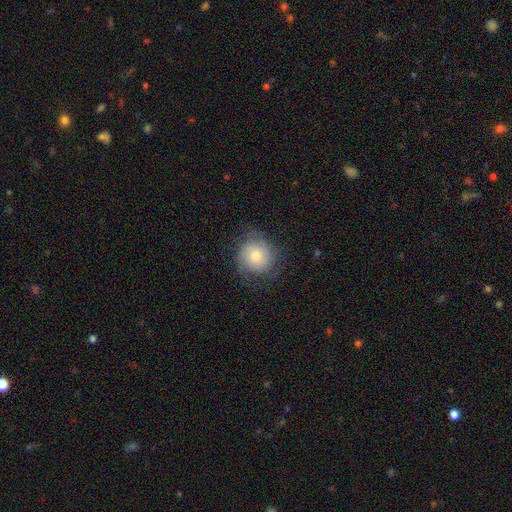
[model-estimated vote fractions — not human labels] This is possibly a featured or disk galaxy (47%). Merging: likely none (69%).